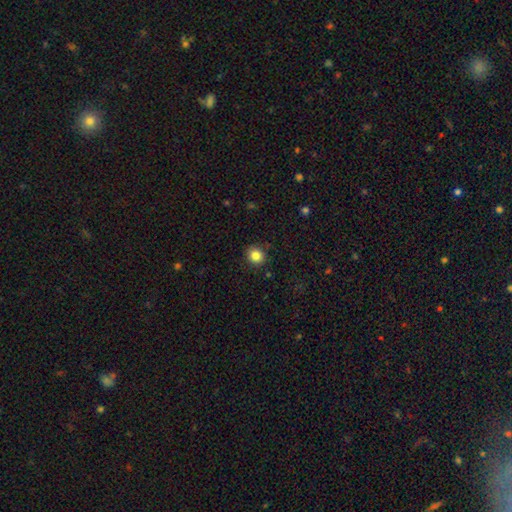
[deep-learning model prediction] smooth-or-featured: smooth: 85% | star or artifact: 10% | featured or disk: 4%
  how-rounded: round: 86% | in between: 13% | cigar-shaped: 1%
  merging: none: 88% | minor disturbance: 8% | major disturbance: 2% | merger: 1%